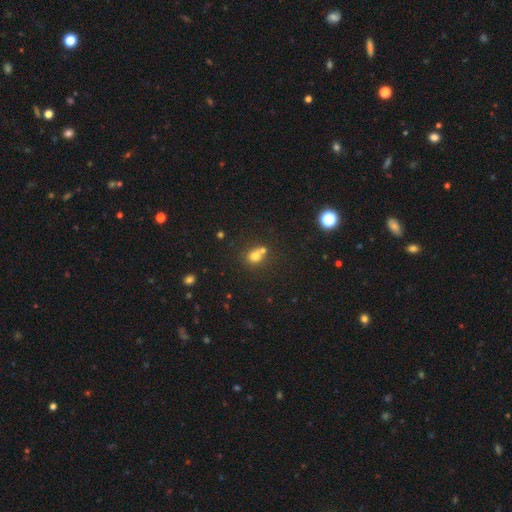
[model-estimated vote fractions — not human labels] Smooth or featured?
  - smooth: 71% *
  - star or artifact: 16%
  - featured or disk: 13%
How rounded?
  - round: 66% *
  - in between: 33%
  - cigar-shaped: 1%
Merging?
  - merger: 44% *
  - none: 40%
  - minor disturbance: 11%
  - major disturbance: 5%